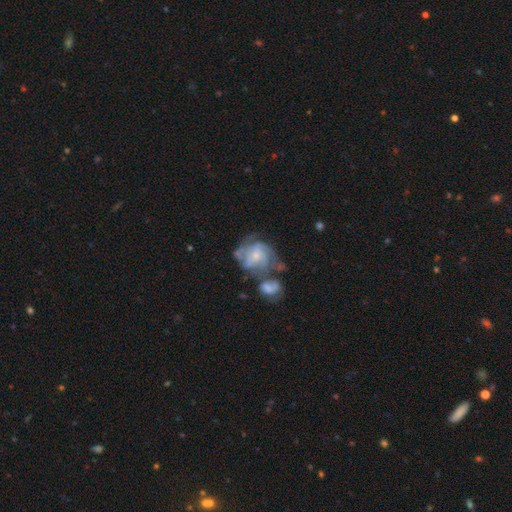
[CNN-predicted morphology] The model was most divided on "merging": merger: 33%, none: 30%, major disturbance: 20%, minor disturbance: 17%. Remaining: edge-on disk — no (98%); spiral arms — yes (84%); smooth or featured — featured or disk (74%); bar — no (68%); bulge size — small (67%); spiral winding — tight (45%); spiral arm count — can't tell (37%).